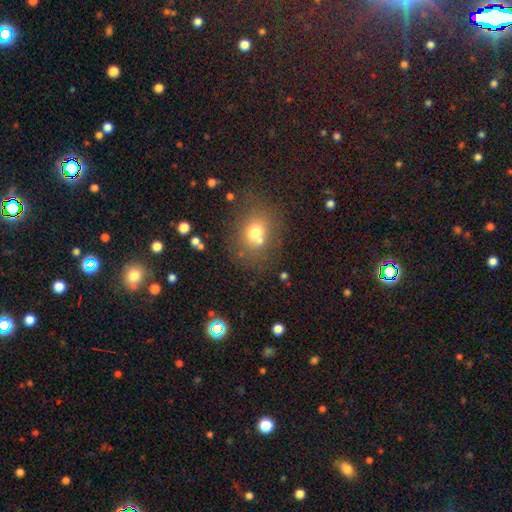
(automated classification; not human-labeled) A smooth galaxy with no disk features (62%) that is round (56%). Merging: none (84%).